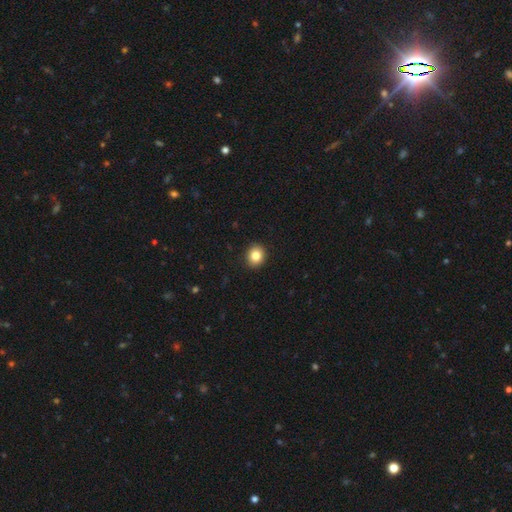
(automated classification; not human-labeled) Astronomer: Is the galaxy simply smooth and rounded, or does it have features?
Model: smooth — 83%.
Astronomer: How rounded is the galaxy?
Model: round — 76%.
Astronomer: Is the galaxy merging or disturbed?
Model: none — 92%.